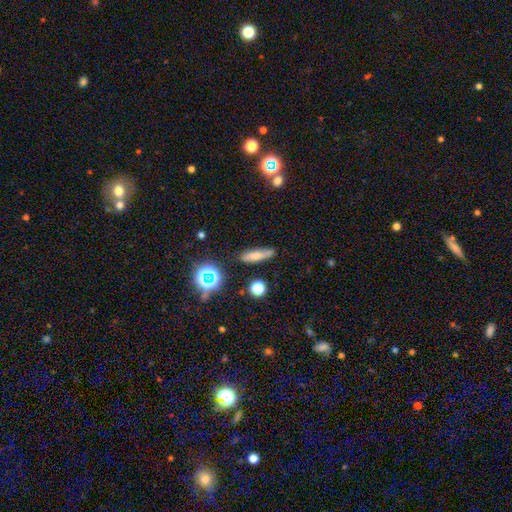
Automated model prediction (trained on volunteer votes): Smooth or featured? Predicted: smooth (p=0.66). How rounded? Predicted: cigar-shaped (p=0.61). Merging? Predicted: none (p=0.75).